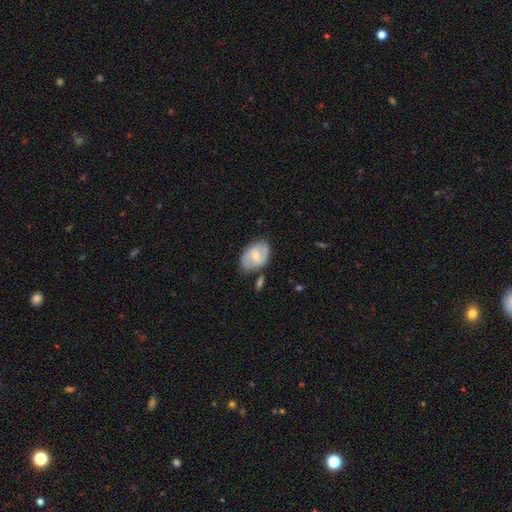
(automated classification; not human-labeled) A featured or disk galaxy (49%). Merging: none (65%).